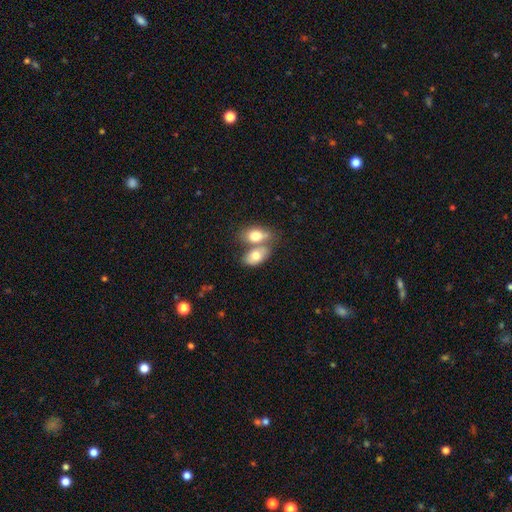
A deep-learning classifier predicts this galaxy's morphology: Smooth or featured: smooth — 75% (featured or disk — 18%)
How rounded: in between — 90% (round — 8%)
Merging: merger — 61% (none — 27%)